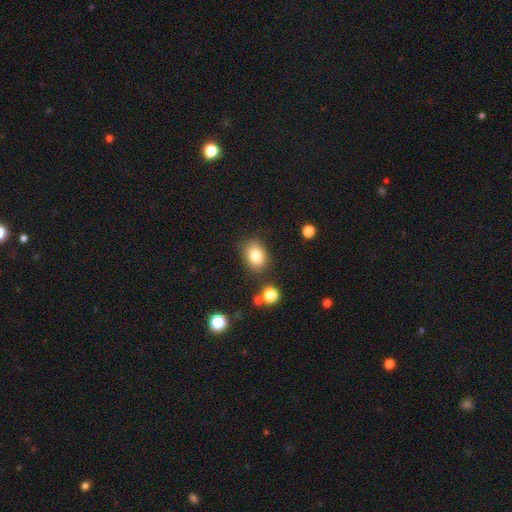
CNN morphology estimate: A smooth galaxy with no disk features (81%) that is in between round and cigar-shaped (65%). Merging: none (81%).